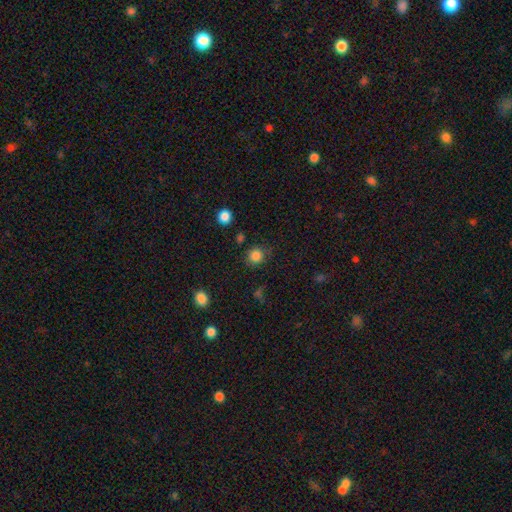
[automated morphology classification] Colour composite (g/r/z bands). It shows a smooth galaxy with no disk features (84%) that is round (88%). Merging: none (80%).